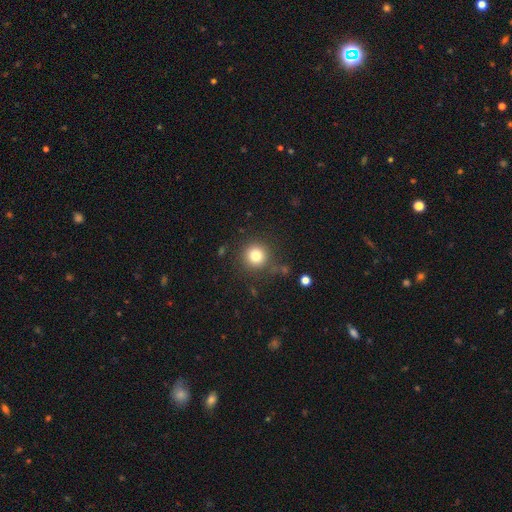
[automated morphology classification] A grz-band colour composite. It shows a smooth galaxy with no disk features (80%) that is round (95%). Merging: none (84%).